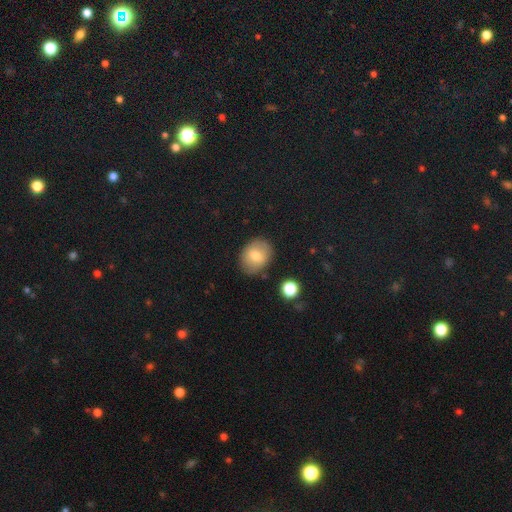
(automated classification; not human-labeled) smooth 72%, featured or disk 20%, star or artifact 8%. Down the decision tree: how rounded — in between (57%); merging — none (79%).